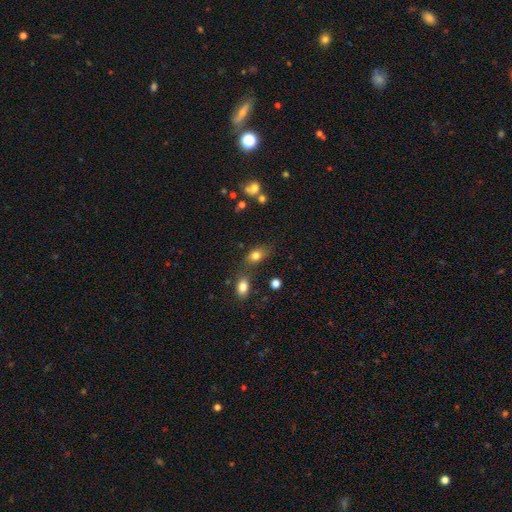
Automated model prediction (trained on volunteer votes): A smooth galaxy with no disk features (79%) that is in between round and cigar-shaped (77%). Merging: none (62%).